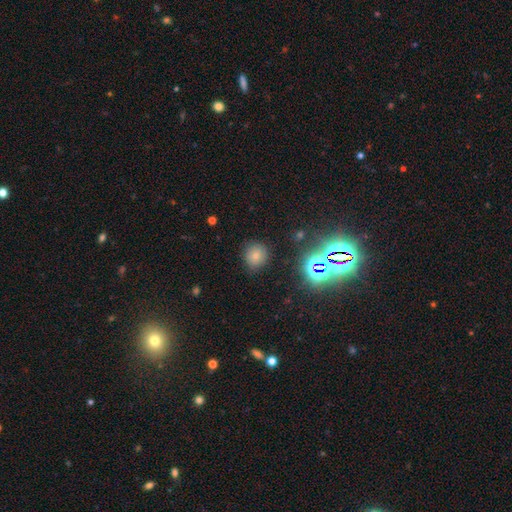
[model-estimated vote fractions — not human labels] Smooth or featured? Predicted: smooth (p=0.70). How rounded? Predicted: round (p=0.86). Merging? Predicted: none (p=0.85).